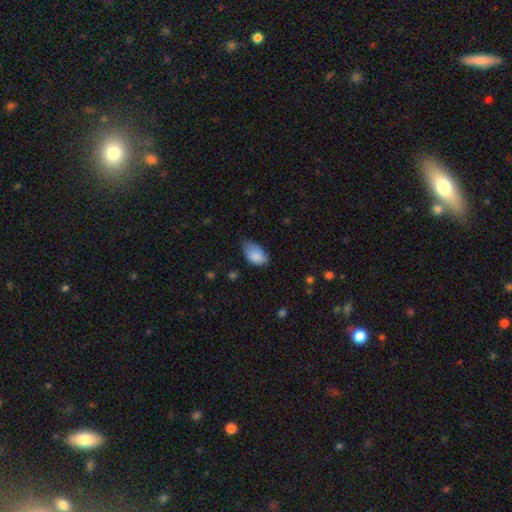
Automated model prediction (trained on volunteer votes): Smooth or featured?
  - smooth: 86% *
  - featured or disk: 7%
  - star or artifact: 7%
How rounded?
  - in between: 93% *
  - round: 6%
  - cigar-shaped: 1%
Merging?
  - none: 47% *
  - minor disturbance: 43%
  - major disturbance: 8%
  - merger: 2%